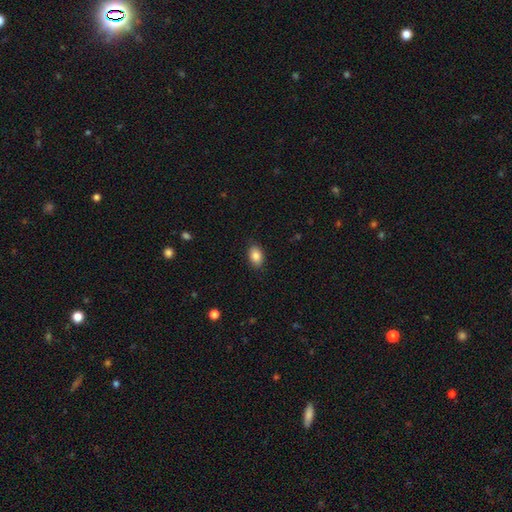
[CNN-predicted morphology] This appears to be a smooth galaxy with no disk features (86%) that is in between round and cigar-shaped (87%). Merging: none (87%).